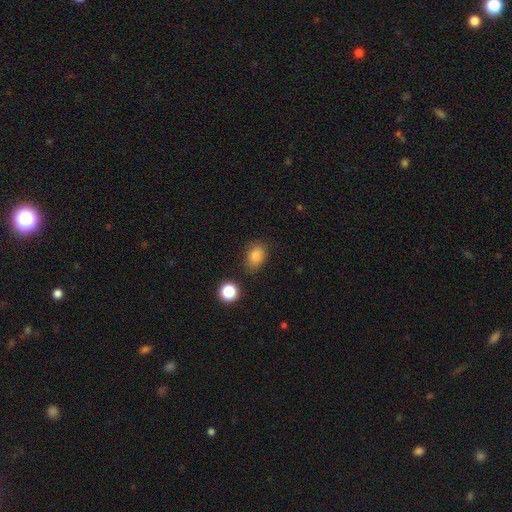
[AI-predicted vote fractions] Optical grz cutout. It shows a smooth galaxy with no disk features (84%) that is in between round and cigar-shaped (73%). Merging: none (77%).